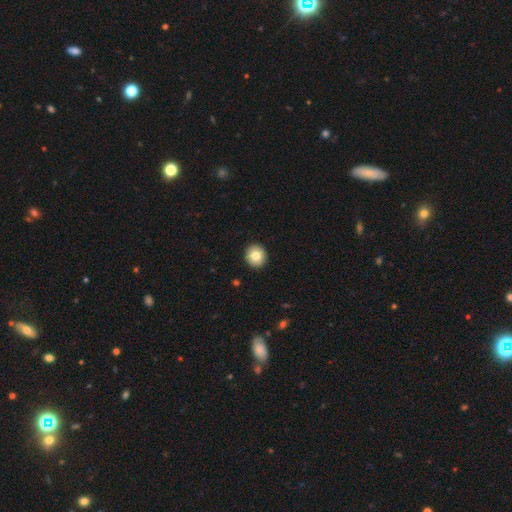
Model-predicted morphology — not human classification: Overall: smooth (82%). How rounded: round (89%). Merging: none (93%).